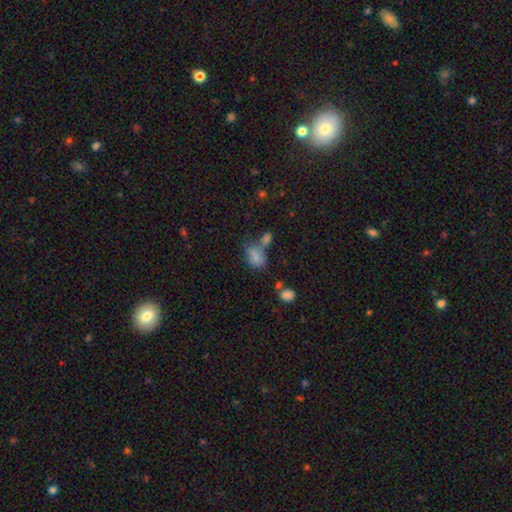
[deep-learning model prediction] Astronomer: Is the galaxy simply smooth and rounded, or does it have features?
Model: smooth — 76%.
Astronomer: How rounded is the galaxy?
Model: in between — 84%.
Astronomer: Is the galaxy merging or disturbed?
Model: merger — 39% (runner-up: none, 33%).